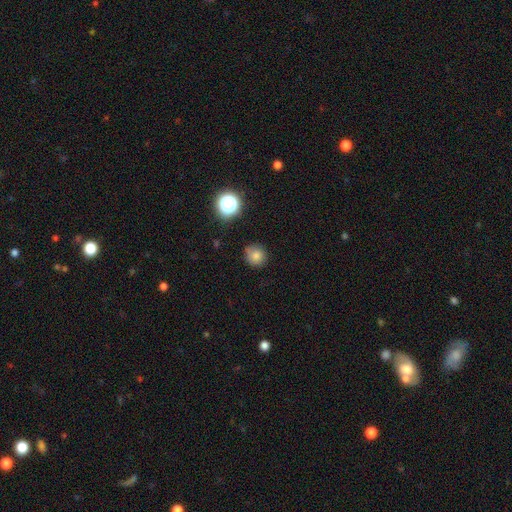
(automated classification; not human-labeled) A smooth galaxy with no disk features (79%) that is round (89%). Merging: none (81%).